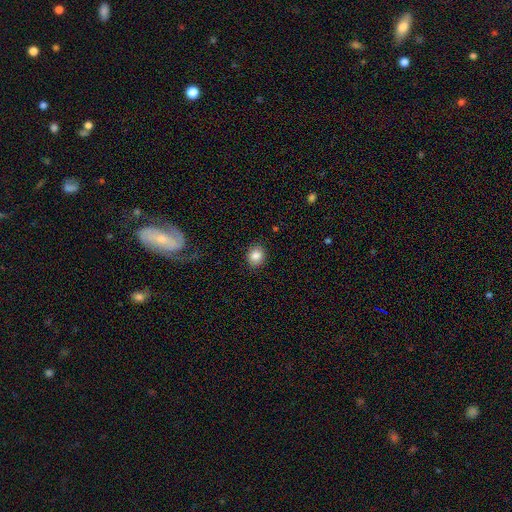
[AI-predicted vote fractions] Smooth or featured?
  - smooth: 85% *
  - star or artifact: 10%
  - featured or disk: 6%
How rounded?
  - round: 72% *
  - in between: 28%
  - cigar-shaped: 1%
Merging?
  - none: 89% *
  - minor disturbance: 8%
  - major disturbance: 2%
  - merger: 1%